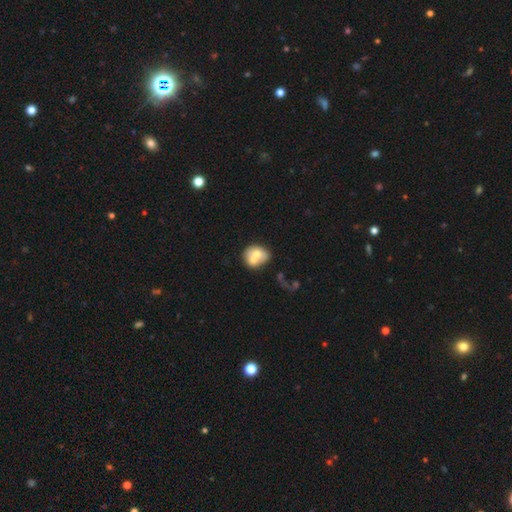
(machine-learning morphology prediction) Smooth or featured?
  - smooth: 60% *
  - featured or disk: 32%
  - star or artifact: 8%
How rounded?
  - round: 61% *
  - in between: 38%
  - cigar-shaped: 1%
Merging?
  - merger: 56% *
  - none: 28%
  - minor disturbance: 10%
  - major disturbance: 5%